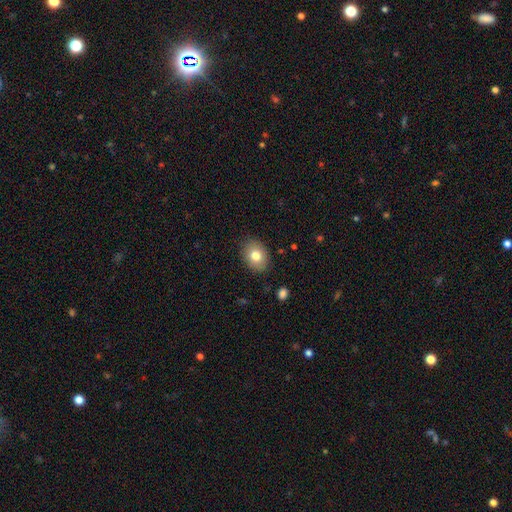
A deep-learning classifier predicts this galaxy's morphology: Smooth or featured? Predicted: smooth (p=0.78). How rounded? Predicted: in between (p=0.64). Merging? Predicted: none (p=0.86).